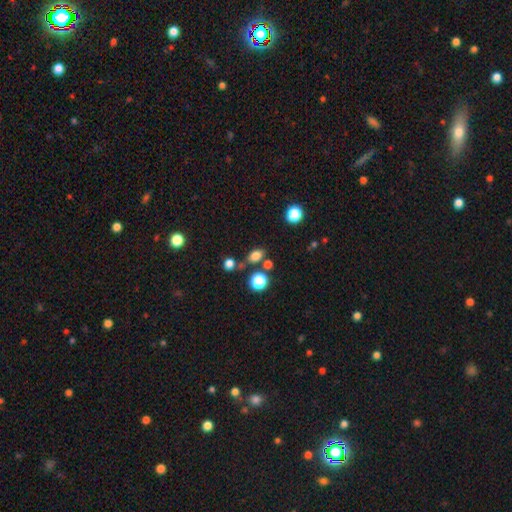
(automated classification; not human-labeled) Smooth or featured?
  - smooth: 77% *
  - star or artifact: 15%
  - featured or disk: 7%
How rounded?
  - in between: 71% *
  - round: 26%
  - cigar-shaped: 2%
Merging?
  - none: 69% *
  - merger: 14%
  - minor disturbance: 13%
  - major disturbance: 4%